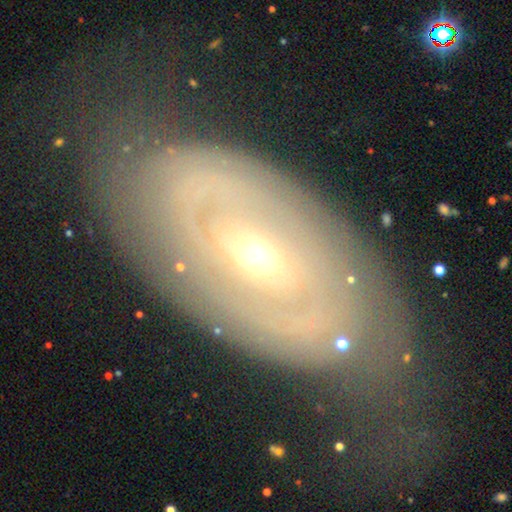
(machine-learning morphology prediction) This appears to be a featured or disk galaxy (77%) with no bar (49%), tight (71%) spiral arms (77%) and a small central bulge (58%). Merging: none (61%).